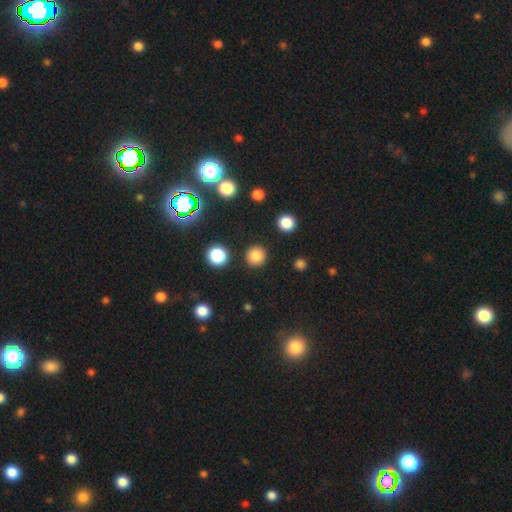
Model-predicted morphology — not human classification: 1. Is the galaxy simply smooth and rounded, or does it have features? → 83% smooth, 13% star or artifact, 4% featured or disk.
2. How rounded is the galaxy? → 94% round, 5% in between, 1% cigar-shaped.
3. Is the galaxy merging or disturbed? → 89% none, 6% minor disturbance, 3% major disturbance, 2% merger.